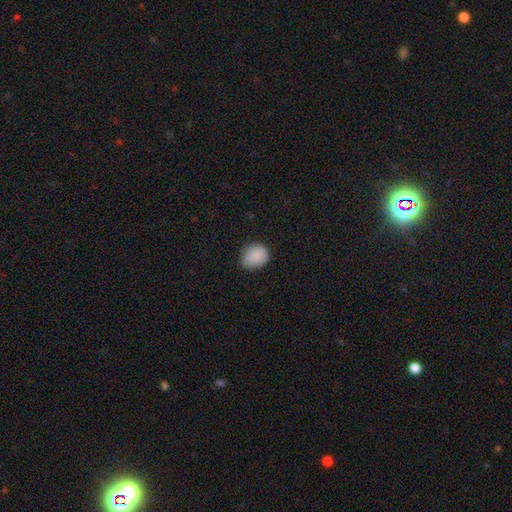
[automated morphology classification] Q: Smooth or featured?
A: smooth (88%); runner-up: star or artifact (8%)
Q: How rounded?
A: in between (54%); runner-up: round (45%)
Q: Merging?
A: none (75%); runner-up: minor disturbance (21%)